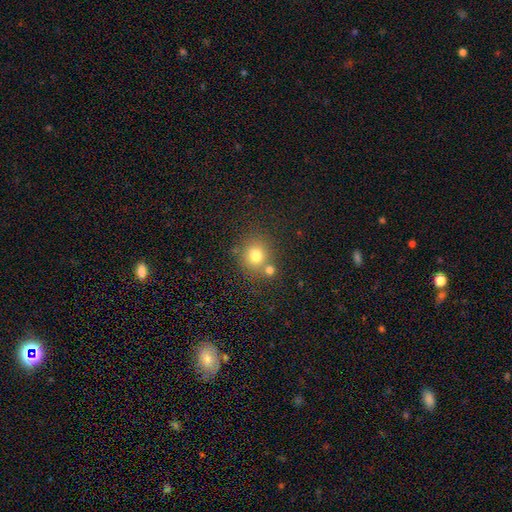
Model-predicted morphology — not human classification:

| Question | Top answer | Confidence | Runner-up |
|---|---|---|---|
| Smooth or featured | smooth | 76% | star or artifact (14%) |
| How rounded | round | 86% | in between (13%) |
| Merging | none | 64% | merger (23%) |